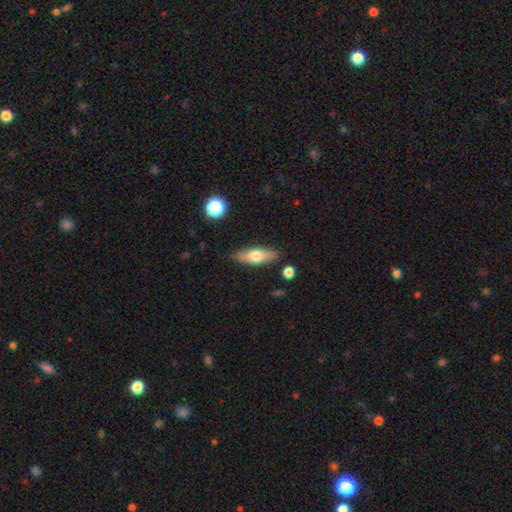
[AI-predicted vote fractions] Smooth or featured? Predicted: smooth (p=0.66). How rounded? Predicted: in between (p=0.62). Merging? Predicted: none (p=0.83).